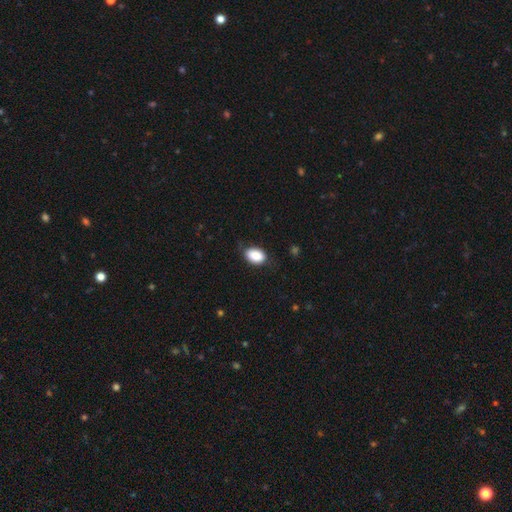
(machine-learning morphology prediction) The model was most divided on "merging": none: 75%, minor disturbance: 19%, major disturbance: 4%, merger: 1%. More confident: smooth or featured — smooth (88%); how rounded — in between (87%).